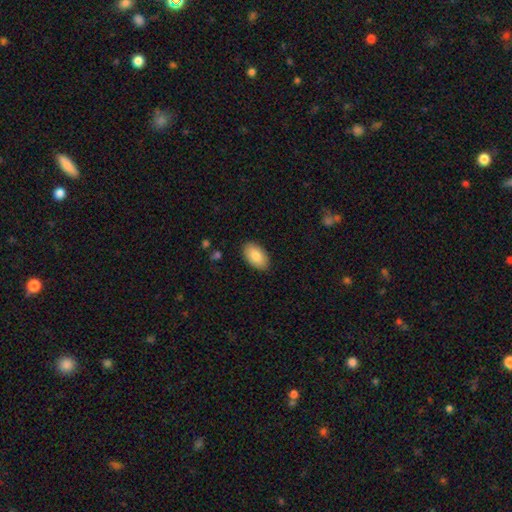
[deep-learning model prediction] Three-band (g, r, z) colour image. It shows a smooth galaxy with no disk features (85%) that is in between round and cigar-shaped (95%). Merging: none (88%).